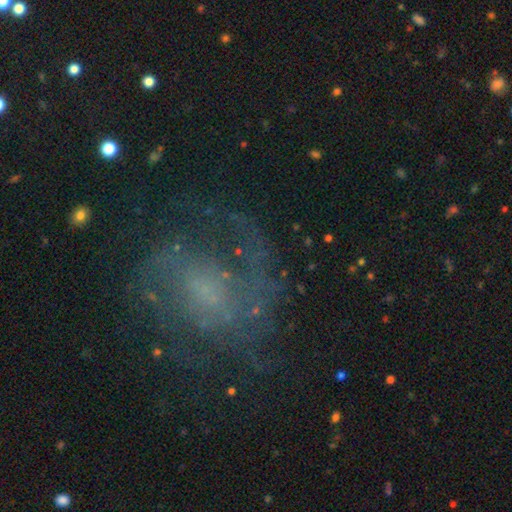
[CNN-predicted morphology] This appears to be a featured or disk galaxy (74%) with no bar (51%), 2 (54%) medium (48%) spiral arms (89%) and no central bulge (37%). Merging: none (66%).